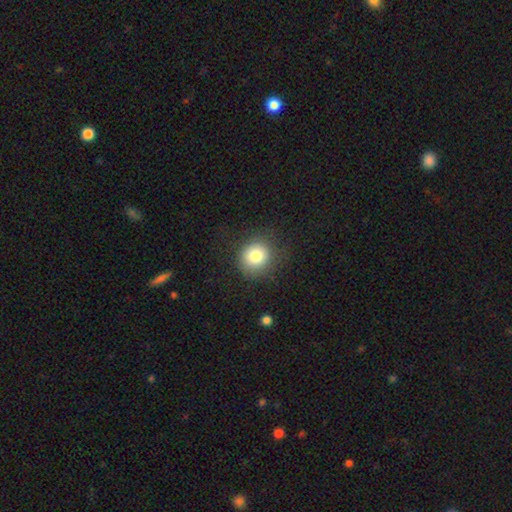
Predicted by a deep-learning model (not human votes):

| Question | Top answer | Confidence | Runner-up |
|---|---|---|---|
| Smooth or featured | smooth | 81% | star or artifact (10%) |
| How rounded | round | 83% | in between (16%) |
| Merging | none | 80% | minor disturbance (13%) |